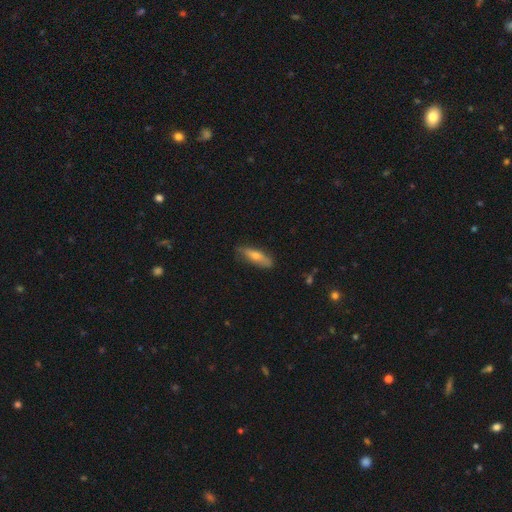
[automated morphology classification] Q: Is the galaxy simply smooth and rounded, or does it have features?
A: smooth — 57%.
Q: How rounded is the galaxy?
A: cigar-shaped — 63%.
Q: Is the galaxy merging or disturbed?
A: none — 80%.